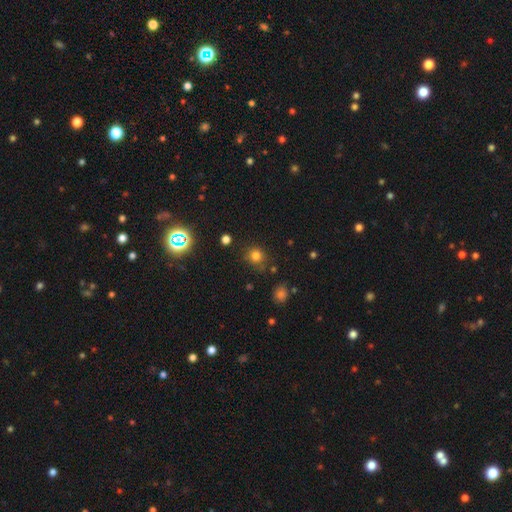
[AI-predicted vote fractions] Smooth or featured? smooth (76%)
How rounded? round (88%)
Merging? none (80%)